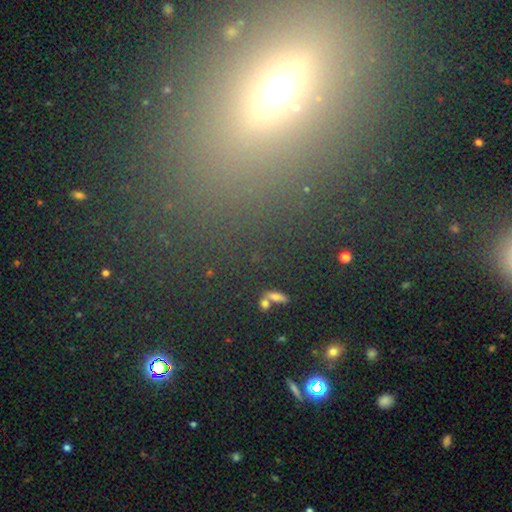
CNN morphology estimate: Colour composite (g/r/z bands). It shows a star or artifact, not a galaxy (51%).